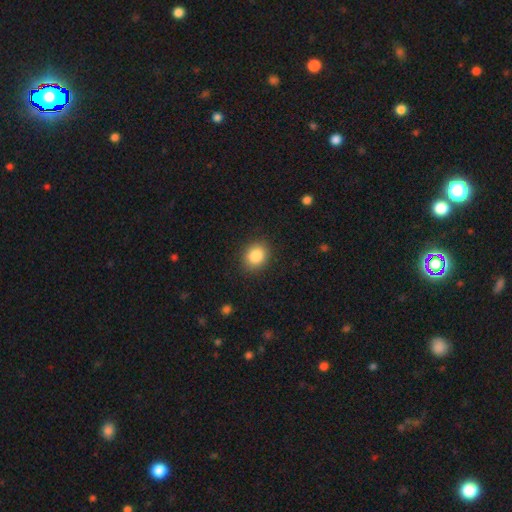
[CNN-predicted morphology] Smooth or featured? Predicted: smooth (p=0.85). How rounded? Predicted: round (p=0.60). Merging? Predicted: none (p=0.88).